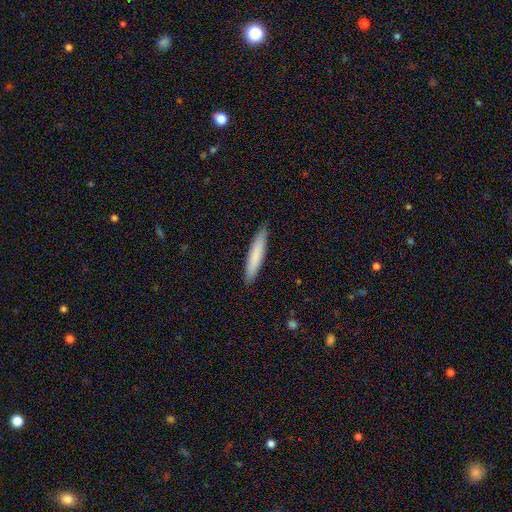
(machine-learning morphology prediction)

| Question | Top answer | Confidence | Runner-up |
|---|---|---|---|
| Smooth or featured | smooth | 79% | featured or disk (15%) |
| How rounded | cigar-shaped | 92% | in between (7%) |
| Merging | none | 89% | minor disturbance (8%) |